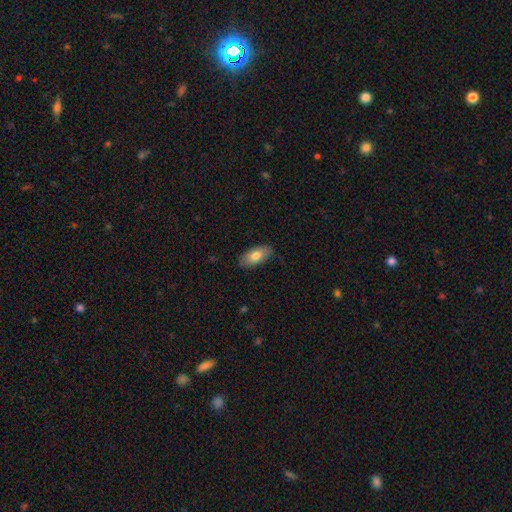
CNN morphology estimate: Smooth or featured? Predicted: smooth (p=0.79). How rounded? Predicted: in between (p=0.90). Merging? Predicted: none (p=0.86).